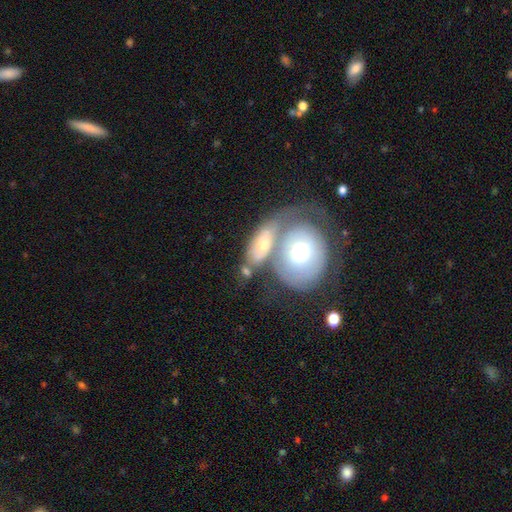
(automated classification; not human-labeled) featured or disk 53%, smooth 39%, star or artifact 7%. Down the decision tree: edge-on disk — no (89%); merging — merger (55%).